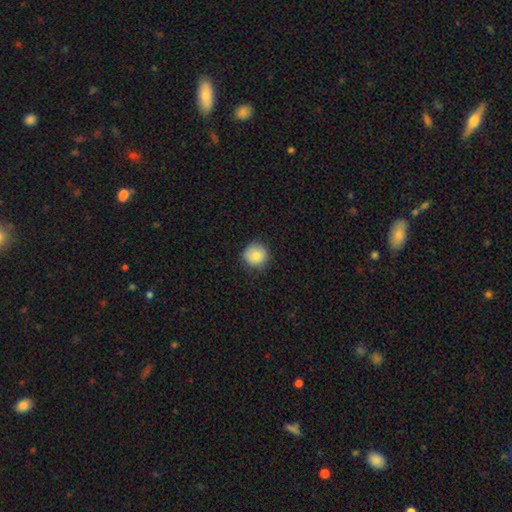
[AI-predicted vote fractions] A smooth galaxy with no disk features (85%) that is round (94%).

Vote fractions:
- Smooth or featured? smooth: 85% / star or artifact: 9% / featured or disk: 6%
- How rounded? round: 94% / in between: 5% / cigar-shaped: 1%
- Merging? none: 87% / minor disturbance: 10% / major disturbance: 2% / merger: 1%